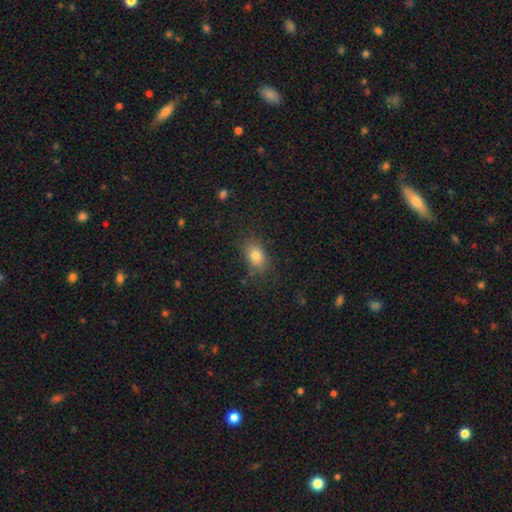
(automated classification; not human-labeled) Overall: smooth (80%). How rounded: in between (73%). Merging: none (76%).